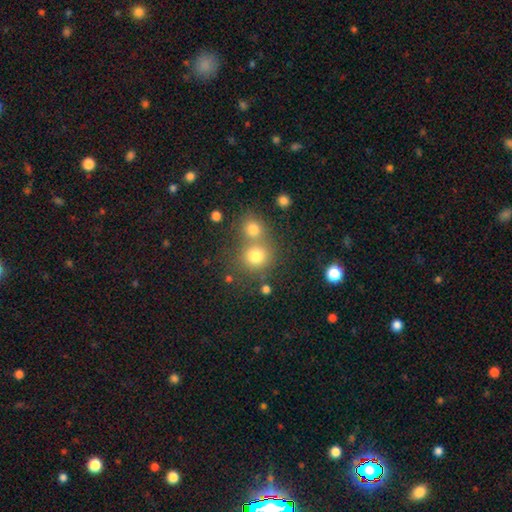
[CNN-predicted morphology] smooth 77%, star or artifact 14%, featured or disk 9%. Down the decision tree: how rounded — round (88%); merging — none (52%).